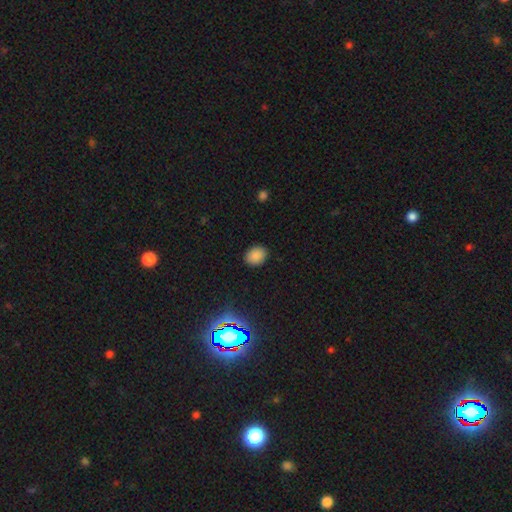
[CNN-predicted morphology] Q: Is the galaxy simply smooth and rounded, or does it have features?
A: smooth — 83%.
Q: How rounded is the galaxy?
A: in between — 55%.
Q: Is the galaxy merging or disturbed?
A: none — 88%.